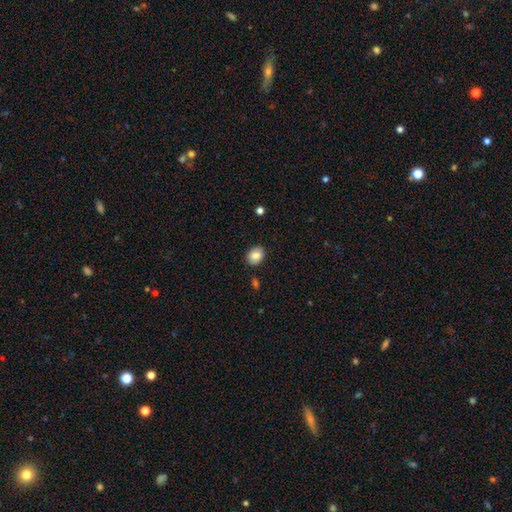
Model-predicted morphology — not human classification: smooth 81%, featured or disk 10%, star or artifact 8%. Down the decision tree: how rounded — in between (56%); merging — none (86%).